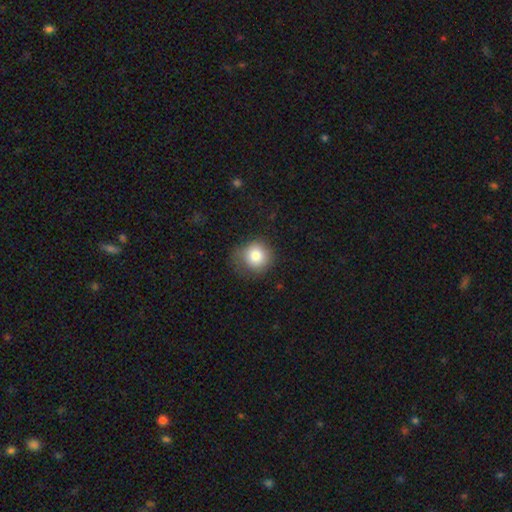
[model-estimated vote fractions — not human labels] smooth_or_featured: smooth (p=0.81) [alt: star or artifact p=0.10]
how_rounded: round (p=0.88) [alt: in between p=0.11]
merging: none (p=0.67) [alt: minor disturbance p=0.23]